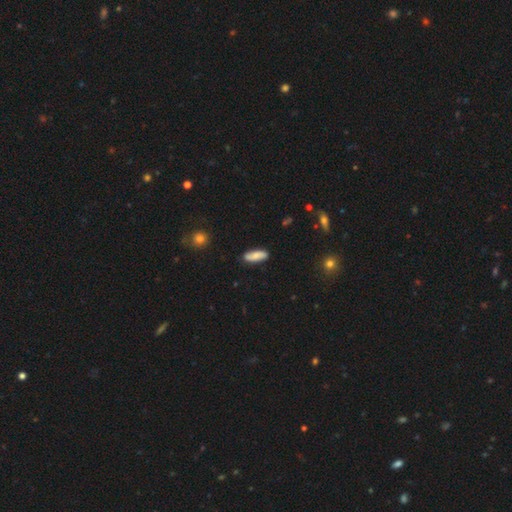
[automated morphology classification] A smooth galaxy with no disk features (76%) that is in between round and cigar-shaped (59%).

Vote fractions:
- Smooth or featured? smooth: 76% / featured or disk: 18% / star or artifact: 6%
- How rounded? in between: 59% / cigar-shaped: 39% / round: 2%
- Merging? none: 85% / minor disturbance: 11% / major disturbance: 2% / merger: 2%